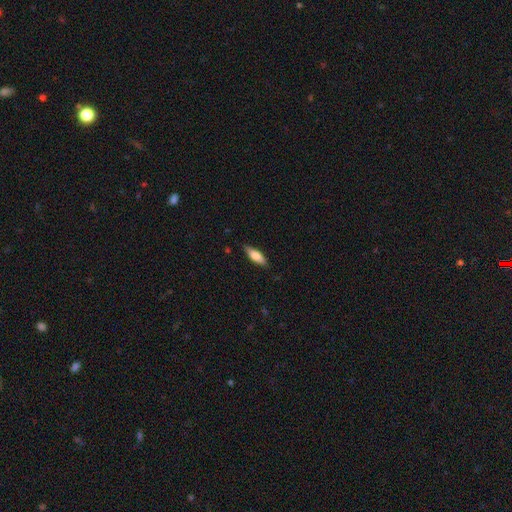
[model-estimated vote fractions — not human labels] Smooth or featured? Predicted: smooth (p=0.71). How rounded? Predicted: in between (p=0.56). Merging? Predicted: none (p=0.82).